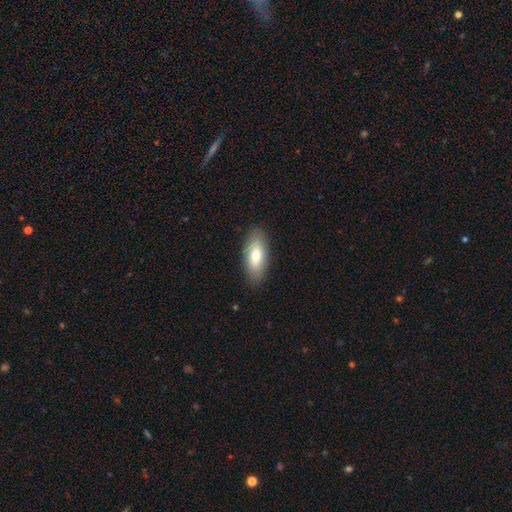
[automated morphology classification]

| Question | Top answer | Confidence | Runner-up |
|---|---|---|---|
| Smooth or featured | smooth | 74% | featured or disk (20%) |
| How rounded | in between | 81% | cigar-shaped (17%) |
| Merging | none | 88% | minor disturbance (9%) |